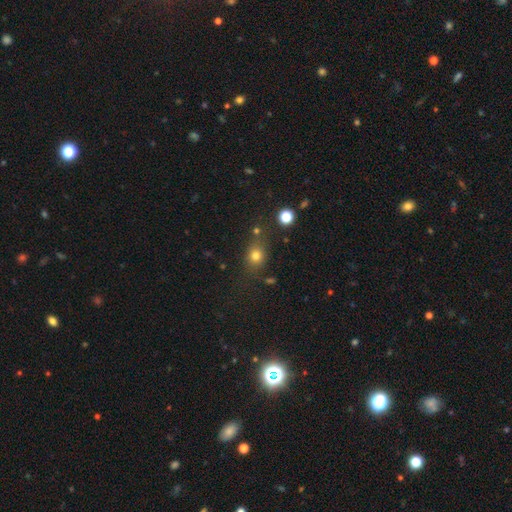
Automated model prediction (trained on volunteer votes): Smooth or featured: smooth — 76% (star or artifact — 15%)
How rounded: round — 65% (in between — 34%)
Merging: none — 69% (minor disturbance — 15%)